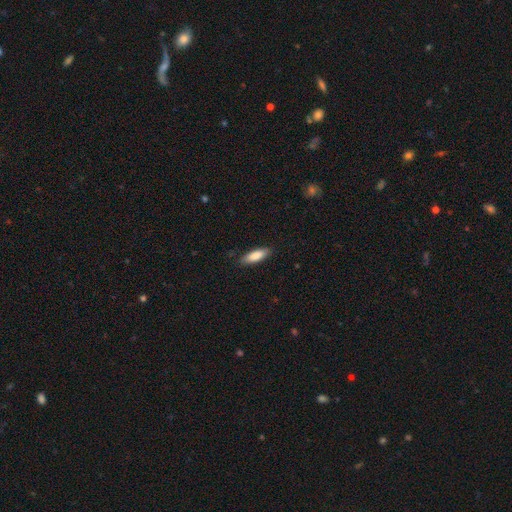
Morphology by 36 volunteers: A smooth galaxy with no disk features (83%) that is in between round and cigar-shaped (53%). Merging: none (82%).